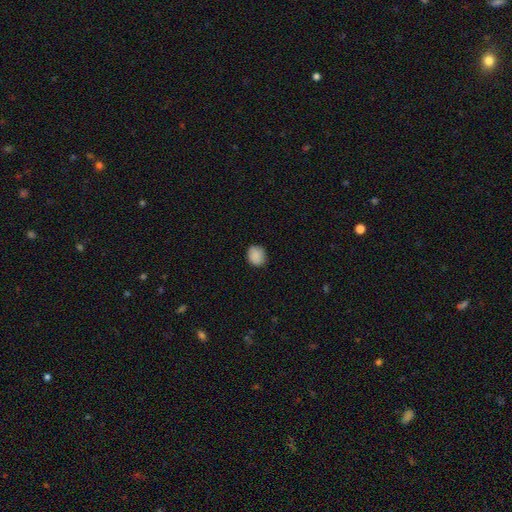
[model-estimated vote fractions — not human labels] The model was most divided on "how rounded": round: 64%, in between: 35%, cigar-shaped: 1%. More confident: smooth or featured — smooth (88%); merging — none (84%).